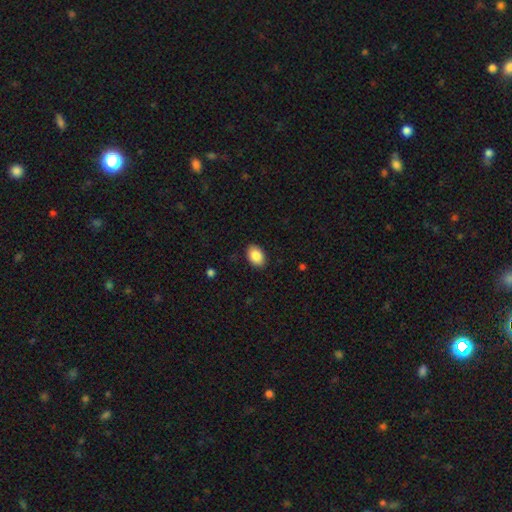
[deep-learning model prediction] Smooth or featured? Predicted: smooth (p=0.87). How rounded? Predicted: in between (p=0.86). Merging? Predicted: none (p=0.89).